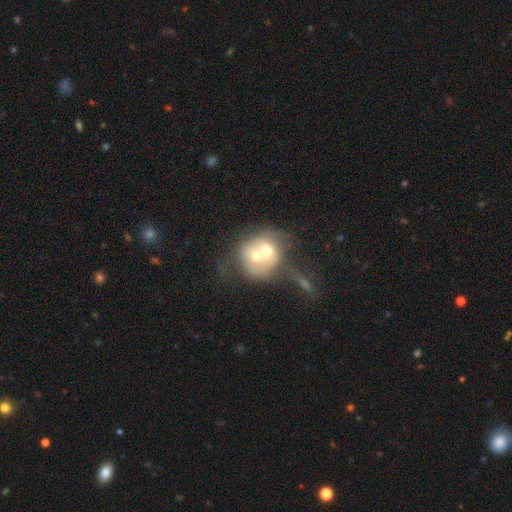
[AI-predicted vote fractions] Smooth or featured?
  - smooth: 53% *
  - featured or disk: 38%
  - star or artifact: 9%
How rounded?
  - round: 75% *
  - in between: 24%
  - cigar-shaped: 1%
Merging?
  - merger: 75% *
  - none: 13%
  - major disturbance: 7%
  - minor disturbance: 6%